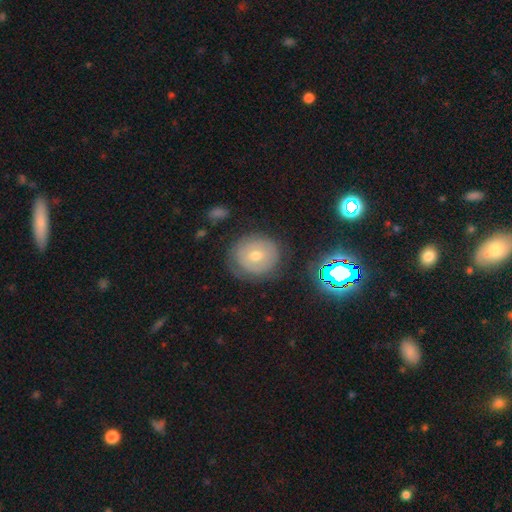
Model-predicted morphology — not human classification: type=smooth (43%, tied with featured or disk); merging=none (76%).